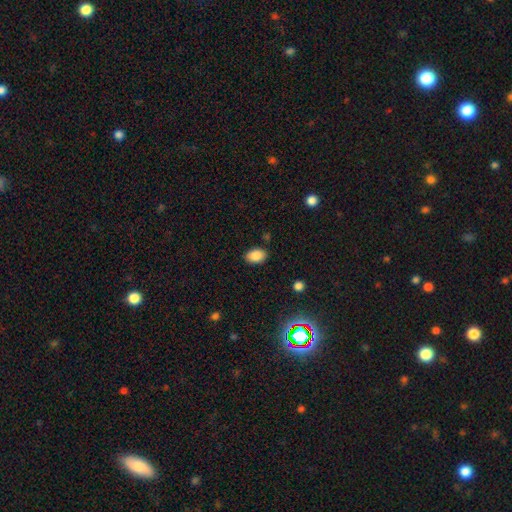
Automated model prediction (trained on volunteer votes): Smooth or featured?
  - smooth: 87% *
  - star or artifact: 9%
  - featured or disk: 4%
How rounded?
  - in between: 86% *
  - round: 13%
  - cigar-shaped: 1%
Merging?
  - none: 86% *
  - minor disturbance: 10%
  - major disturbance: 2%
  - merger: 2%